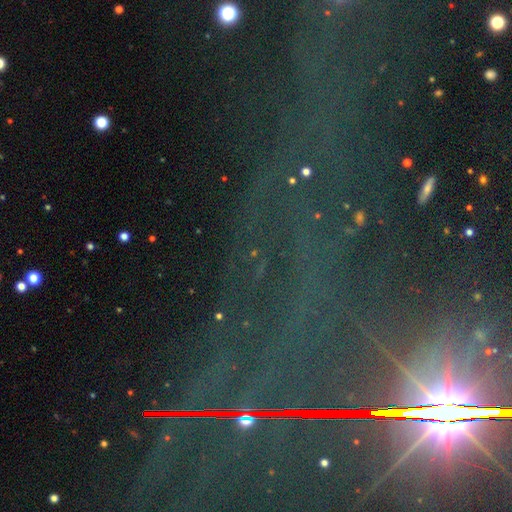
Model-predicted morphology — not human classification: A star or artifact, not a galaxy (83%).